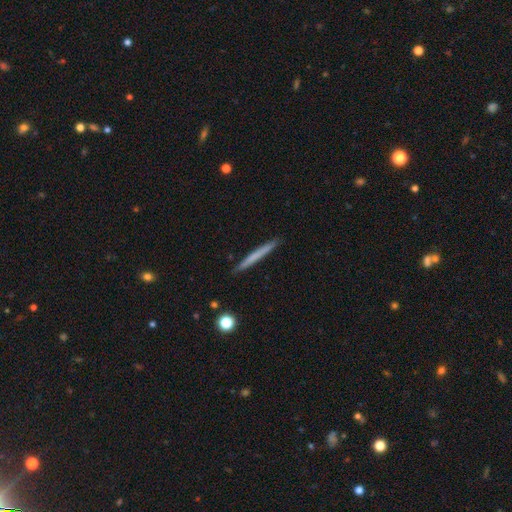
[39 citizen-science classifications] A smooth galaxy with no disk features (54%) that is cigar-shaped (100%). Merging: none (94%).